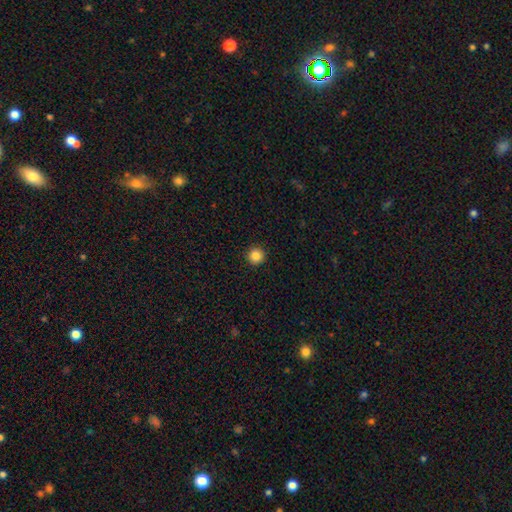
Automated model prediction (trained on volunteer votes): This is clearly a smooth galaxy (85%). How rounded: clearly round (96%). Merging: clearly none (93%).